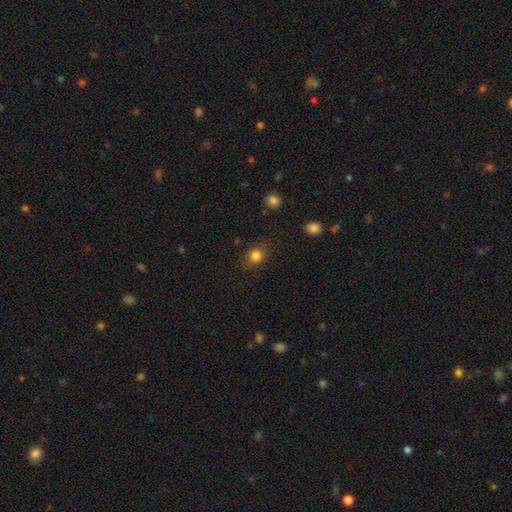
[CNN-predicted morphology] The model was most divided on "how rounded": round: 78%, in between: 21%, cigar-shaped: 1%. More confident: merging — none (82%); smooth or featured — smooth (82%).